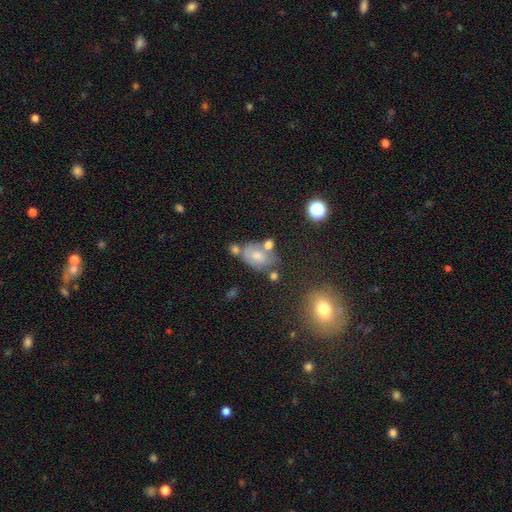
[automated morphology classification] The model was most divided on "merging": none: 40%, merger: 24%, minor disturbance: 23%, major disturbance: 13%. More confident: how rounded — in between (83%); smooth or featured — smooth (55%).